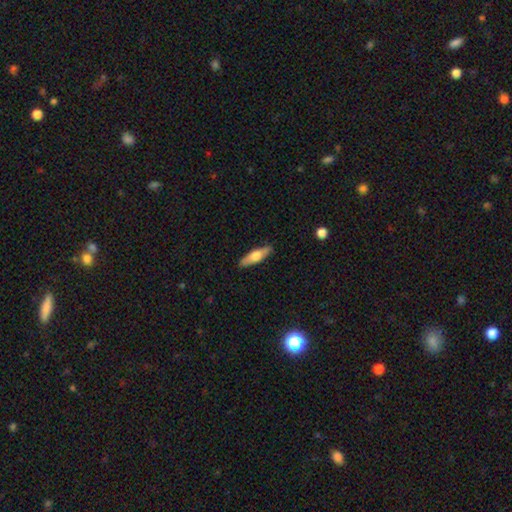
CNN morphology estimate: A smooth galaxy with no disk features (56%) that is cigar-shaped (59%).

Vote fractions:
- Smooth or featured? smooth: 56% / featured or disk: 38% / star or artifact: 5%
- How rounded? cigar-shaped: 59% / in between: 39% / round: 2%
- Merging? none: 89% / minor disturbance: 9% / major disturbance: 2% / merger: 1%